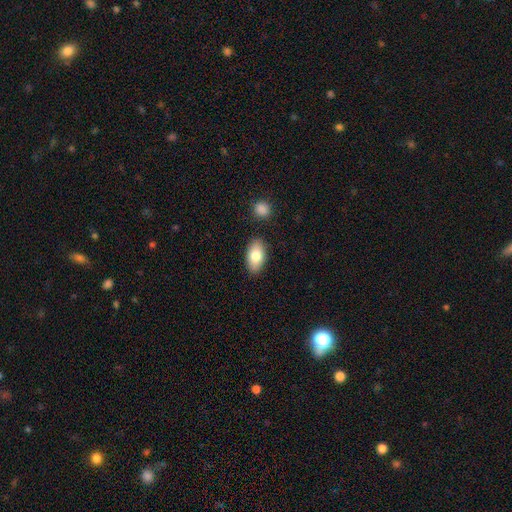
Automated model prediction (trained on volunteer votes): Q: Smooth or featured?
A: smooth (81%); runner-up: featured or disk (13%)
Q: How rounded?
A: in between (93%); runner-up: round (4%)
Q: Merging?
A: none (85%); runner-up: minor disturbance (10%)